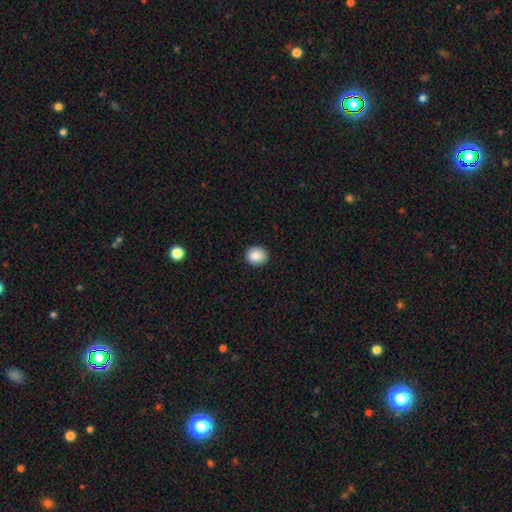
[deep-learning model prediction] Smooth or featured?
  - smooth: 88% *
  - star or artifact: 8%
  - featured or disk: 3%
How rounded?
  - round: 71% *
  - in between: 28%
  - cigar-shaped: 1%
Merging?
  - none: 91% *
  - minor disturbance: 6%
  - major disturbance: 2%
  - merger: 1%